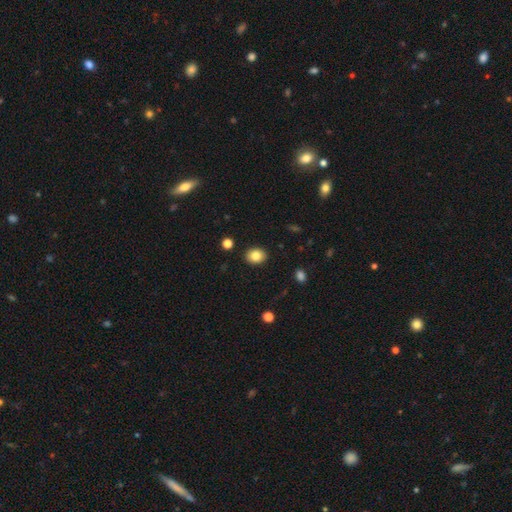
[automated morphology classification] A smooth galaxy with no disk features (84%) that is in between round and cigar-shaped (56%). Merging: none (90%).